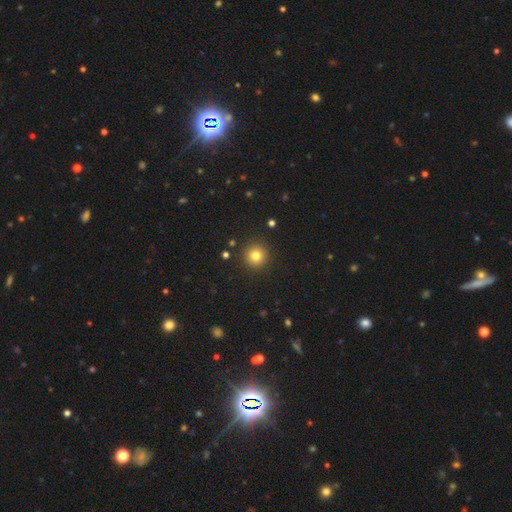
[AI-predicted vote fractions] Morphology: type=smooth (81%); roundness=round (95%); merging=none (91%).